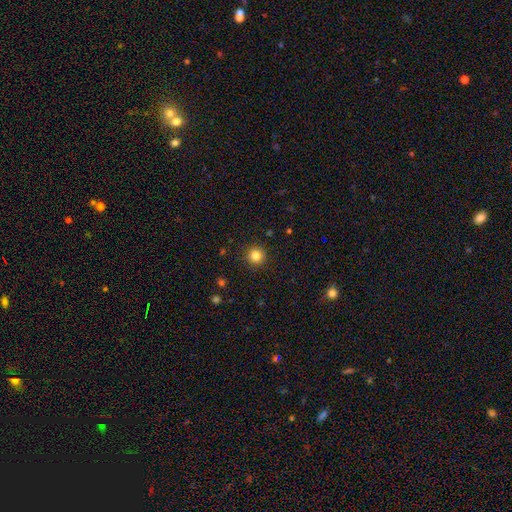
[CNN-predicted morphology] type=smooth (83%); roundness=round (95%); merging=none (92%).